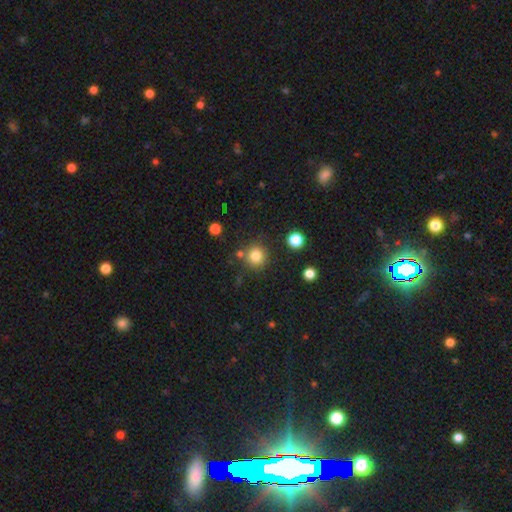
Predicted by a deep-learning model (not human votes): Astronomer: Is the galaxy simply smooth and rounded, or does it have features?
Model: smooth — 82%.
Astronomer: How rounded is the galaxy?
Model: round — 92%.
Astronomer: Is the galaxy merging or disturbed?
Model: none — 81%.